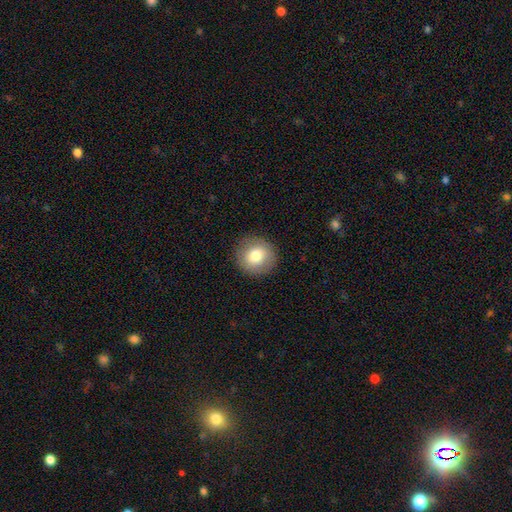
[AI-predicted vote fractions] Smooth or featured: smooth — 79% (featured or disk — 13%)
How rounded: round — 92% (in between — 7%)
Merging: none — 90% (minor disturbance — 7%)